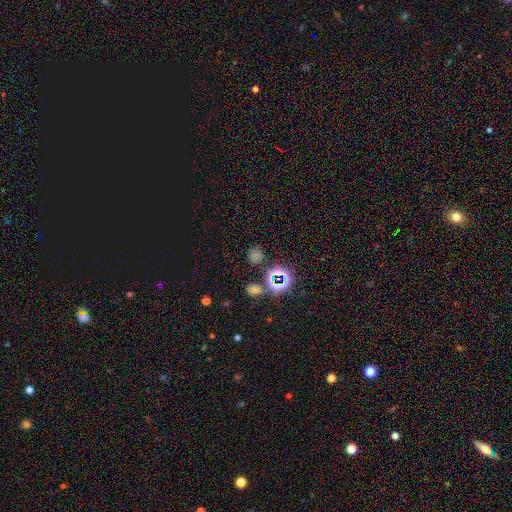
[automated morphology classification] A smooth galaxy with no disk features (51%) that is round (79%).

Vote fractions:
- Smooth or featured? smooth: 51% / star or artifact: 43% / featured or disk: 6%
- How rounded? round: 79% / in between: 19% / cigar-shaped: 2%
- Merging? none: 77% / minor disturbance: 11% / merger: 8% / major disturbance: 5%